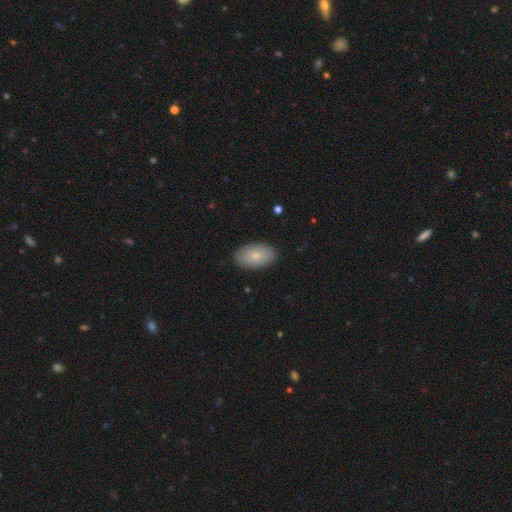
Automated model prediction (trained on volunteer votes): This is likely a smooth galaxy (80%). How rounded: clearly in between (94%). Merging: clearly none (87%).